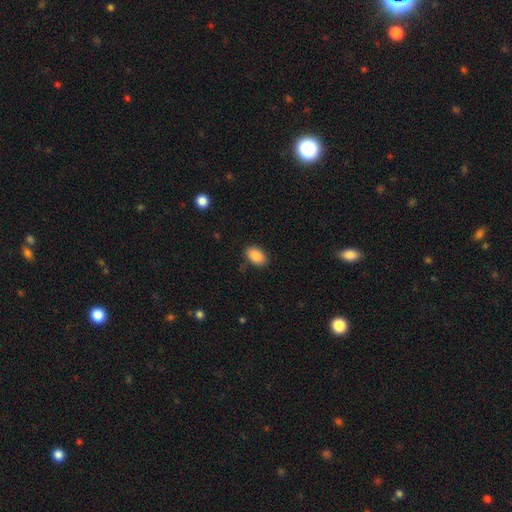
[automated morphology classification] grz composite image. It shows a smooth galaxy with no disk features (89%) that is in between round and cigar-shaped (89%). Merging: none (86%).